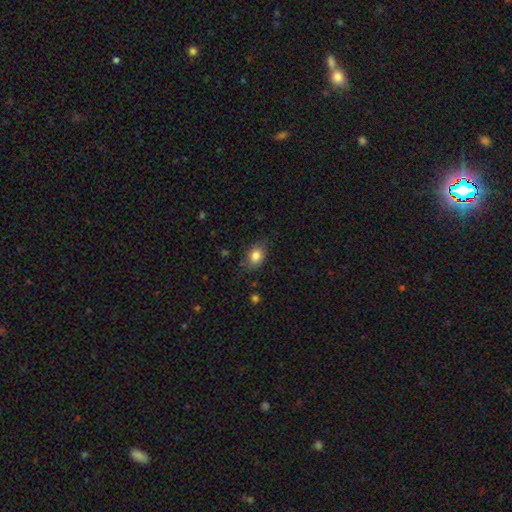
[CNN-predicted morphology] A smooth galaxy with no disk features (83%) that is in between round and cigar-shaped (64%).

Vote fractions:
- Smooth or featured? smooth: 83% / star or artifact: 9% / featured or disk: 8%
- How rounded? in between: 64% / round: 34% / cigar-shaped: 1%
- Merging? none: 76% / minor disturbance: 18% / major disturbance: 4% / merger: 1%